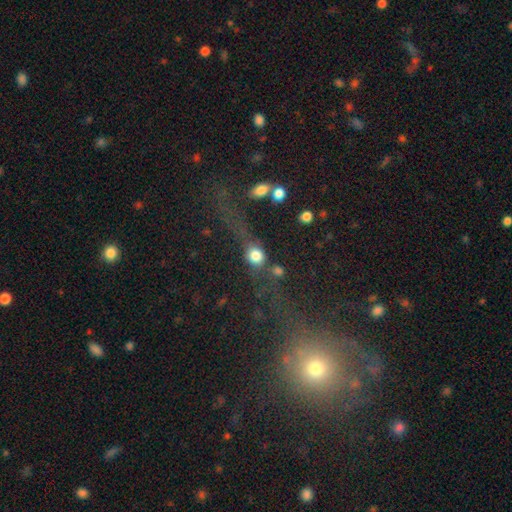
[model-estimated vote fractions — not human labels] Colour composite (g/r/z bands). It shows a smooth galaxy with no disk features (71%) that is round (66%). Merging: none (42%).